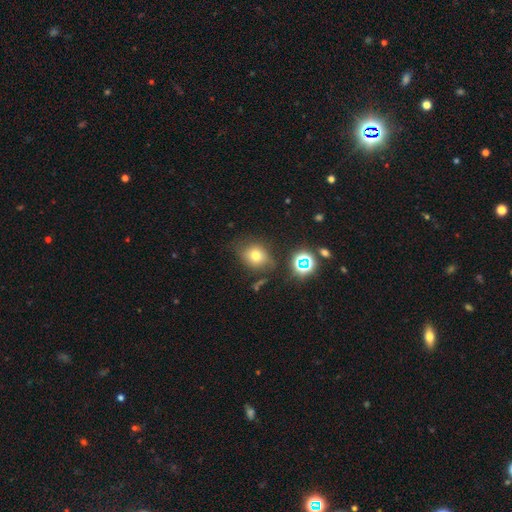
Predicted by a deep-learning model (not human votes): The model was most divided on "how rounded": round: 62%, in between: 36%, cigar-shaped: 1%. More confident: smooth or featured — smooth (70%); merging — none (68%).